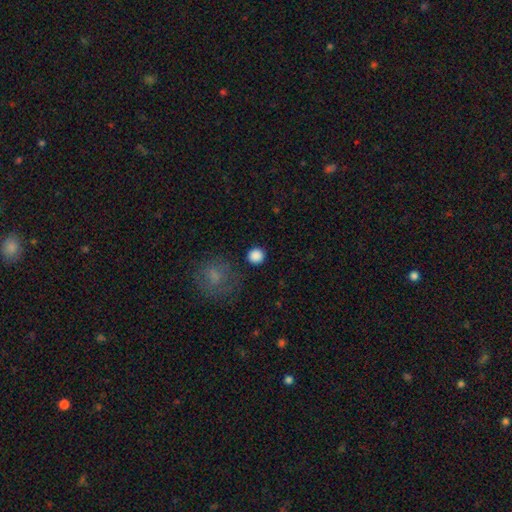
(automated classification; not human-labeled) A smooth galaxy with no disk features (86%) that is round (95%).

Vote fractions:
- Smooth or featured? smooth: 86% / star or artifact: 10% / featured or disk: 4%
- How rounded? round: 95% / in between: 4% / cigar-shaped: 1%
- Merging? none: 90% / minor disturbance: 6% / major disturbance: 3% / merger: 2%